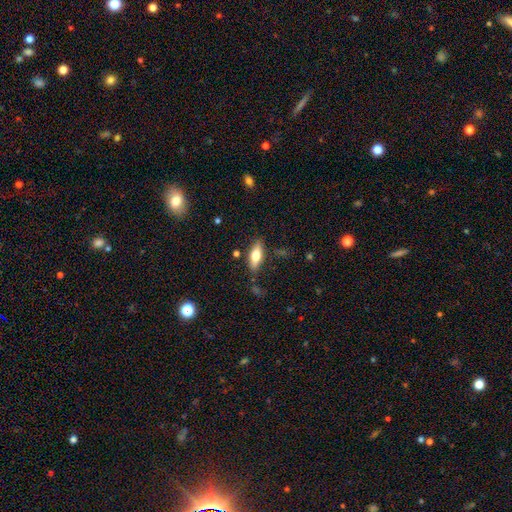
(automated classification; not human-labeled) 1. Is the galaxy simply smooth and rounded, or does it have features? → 62% smooth, 31% featured or disk, 7% star or artifact.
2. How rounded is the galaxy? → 65% in between, 32% cigar-shaped, 3% round.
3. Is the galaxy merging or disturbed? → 81% none, 13% minor disturbance, 3% major disturbance, 3% merger.